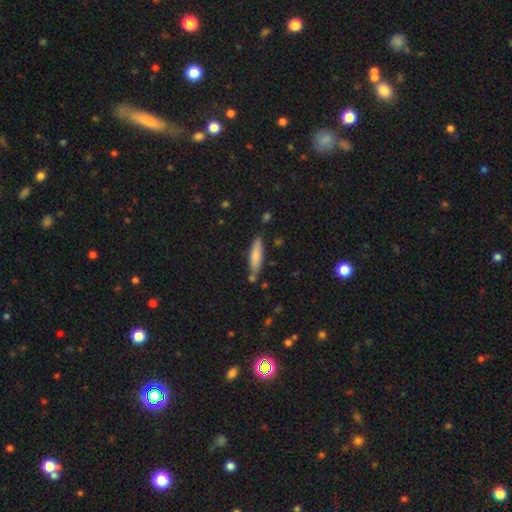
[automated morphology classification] Smooth or featured? smooth (75%)
How rounded? cigar-shaped (76%)
Merging? none (75%)